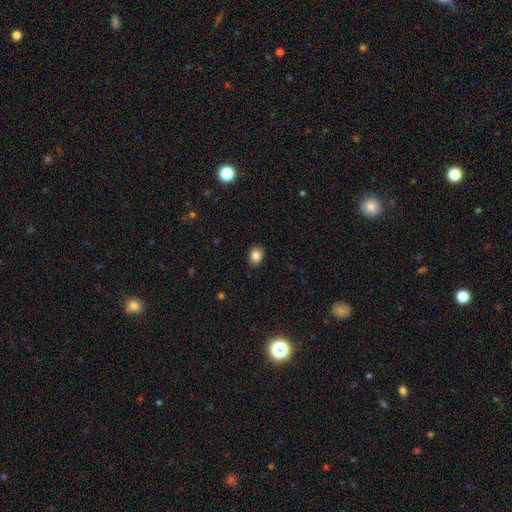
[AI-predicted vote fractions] Q: Smooth or featured?
A: smooth (86%); runner-up: star or artifact (9%)
Q: How rounded?
A: in between (67%); runner-up: round (32%)
Q: Merging?
A: none (88%); runner-up: minor disturbance (8%)